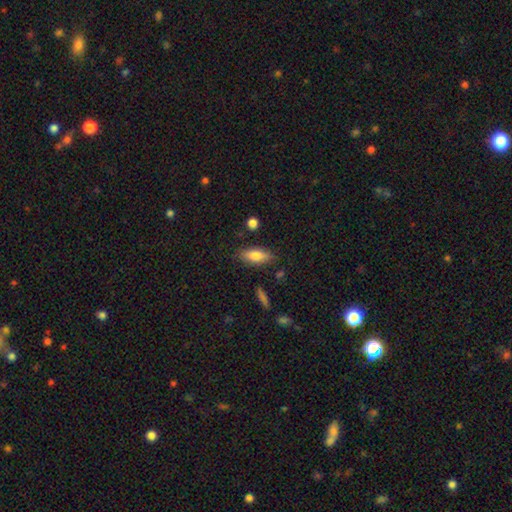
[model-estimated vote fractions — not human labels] This appears to be a smooth galaxy with no disk features (76%) that is in between round and cigar-shaped (75%). Merging: none (80%).